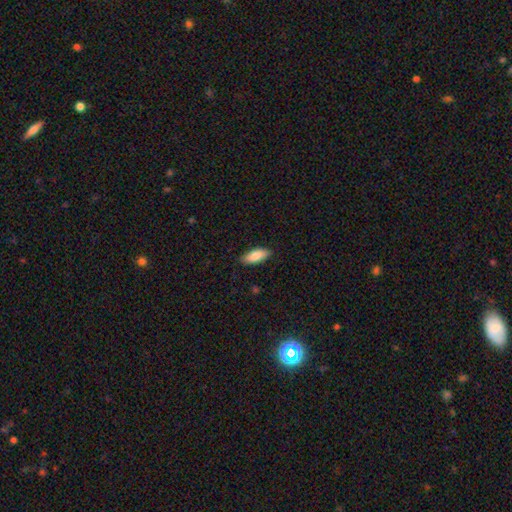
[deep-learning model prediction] Q: Smooth or featured?
A: smooth (85%); runner-up: featured or disk (9%)
Q: How rounded?
A: in between (78%); runner-up: cigar-shaped (20%)
Q: Merging?
A: none (87%); runner-up: minor disturbance (10%)